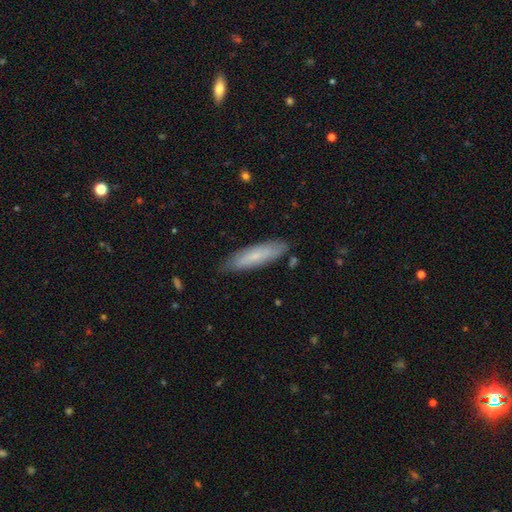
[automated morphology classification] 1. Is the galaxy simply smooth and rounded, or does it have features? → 65% smooth, 29% featured or disk, 6% star or artifact.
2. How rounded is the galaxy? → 73% cigar-shaped, 26% in between, 1% round.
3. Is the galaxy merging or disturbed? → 82% none, 14% minor disturbance, 2% major disturbance, 2% merger.